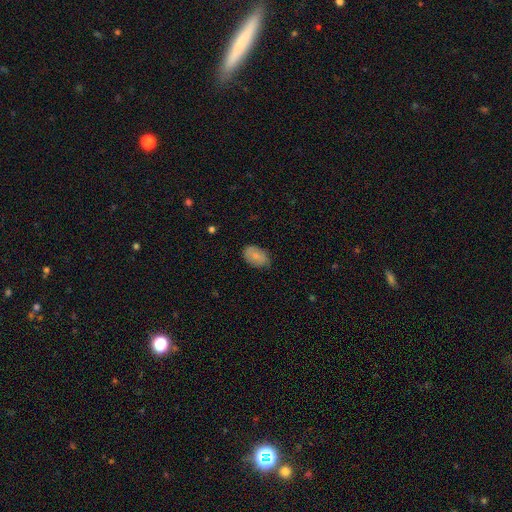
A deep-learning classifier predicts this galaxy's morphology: Smooth or featured? Predicted: smooth (p=0.81). How rounded? Predicted: in between (p=0.89). Merging? Predicted: none (p=0.75).